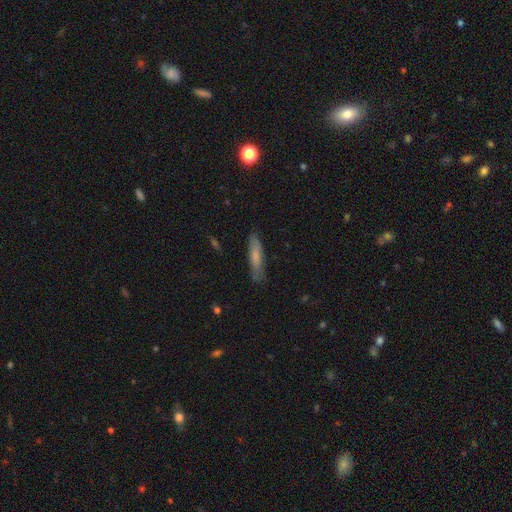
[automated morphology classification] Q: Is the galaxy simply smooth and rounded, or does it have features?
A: smooth — 65%.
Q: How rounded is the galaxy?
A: cigar-shaped — 81%.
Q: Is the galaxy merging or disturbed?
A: none — 81%.